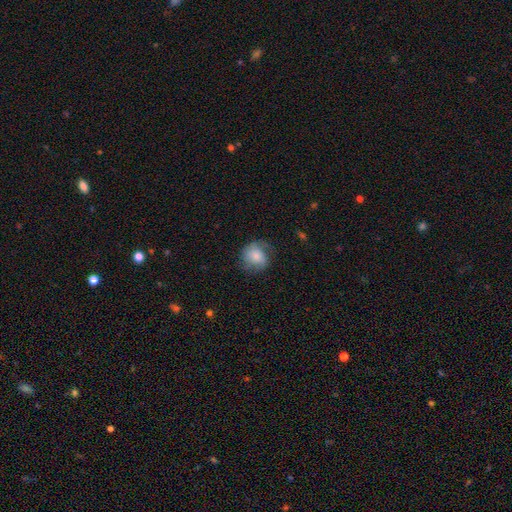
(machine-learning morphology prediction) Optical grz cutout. It shows a smooth galaxy with no disk features (65%) that is round (75%). Merging: none (60%).